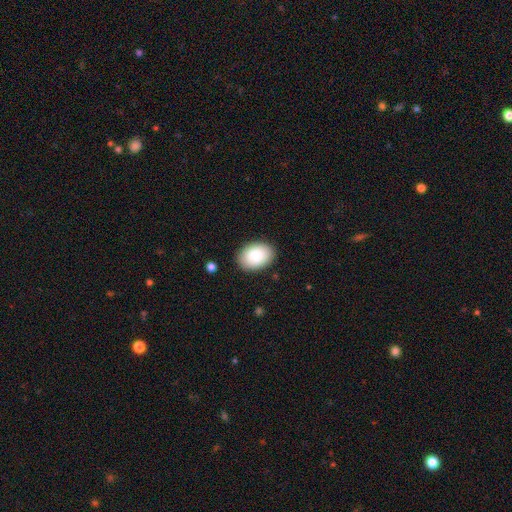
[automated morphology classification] Smooth or featured: smooth — 89% (star or artifact — 6%)
How rounded: in between — 82% (round — 17%)
Merging: none — 88% (minor disturbance — 9%)